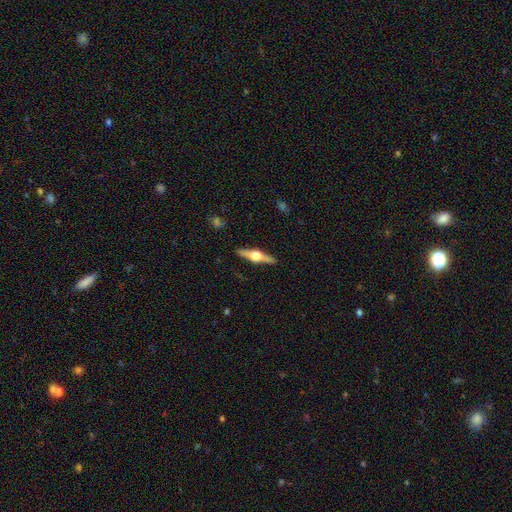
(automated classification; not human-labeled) Smooth or featured: featured or disk — 77% (smooth — 18%)
Edge-on disk: yes — 98% (no — 2%)
Edge-on bulge: rounded — 95% (boxy — 4%)
Merging: none — 91% (minor disturbance — 7%)